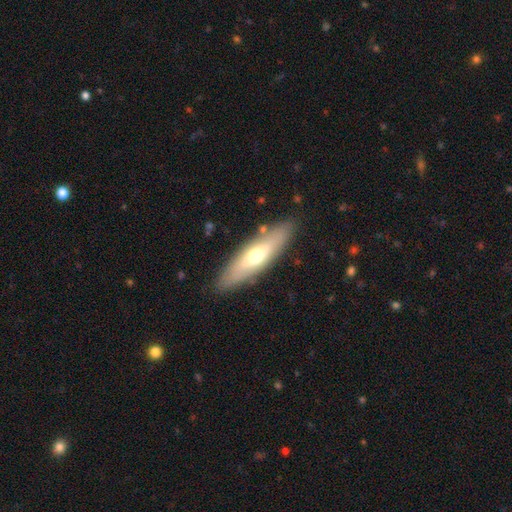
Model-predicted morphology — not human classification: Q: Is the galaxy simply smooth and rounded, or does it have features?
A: smooth — 51%.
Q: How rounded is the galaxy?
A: cigar-shaped — 62%.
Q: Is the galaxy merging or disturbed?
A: none — 85%.